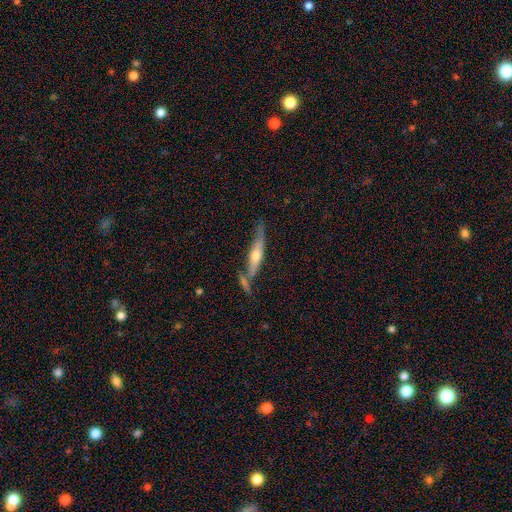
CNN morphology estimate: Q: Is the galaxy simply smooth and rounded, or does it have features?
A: featured or disk — 58%.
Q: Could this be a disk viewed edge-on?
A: yes — 89%.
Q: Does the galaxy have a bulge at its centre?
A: rounded — 87%.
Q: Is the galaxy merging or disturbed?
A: none — 61%.